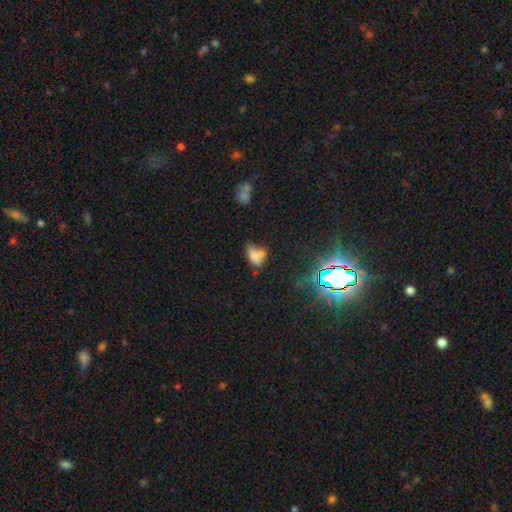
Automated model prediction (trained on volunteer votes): Smooth or featured: smooth — 65% (featured or disk — 18%)
How rounded: in between — 85% (round — 11%)
Merging: merger — 34% (none — 30%)